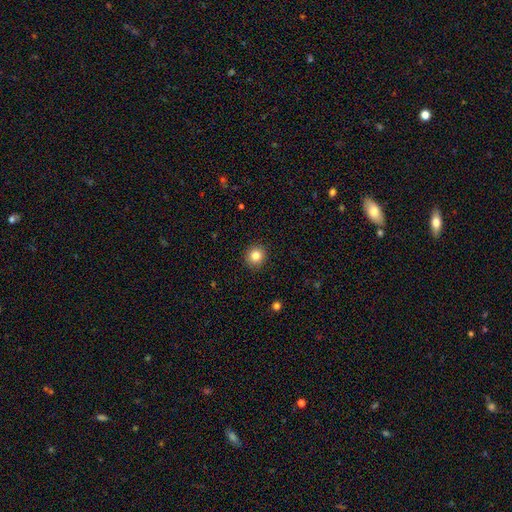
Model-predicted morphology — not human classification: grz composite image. It shows a smooth galaxy with no disk features (84%) that is round (88%). Merging: none (92%).